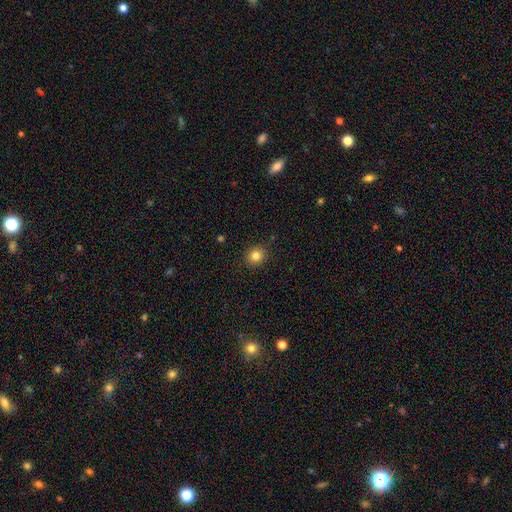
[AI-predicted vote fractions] The model was most divided on "how rounded": round: 80%, in between: 19%, cigar-shaped: 1%. More confident: merging — none (88%); smooth or featured — smooth (84%).